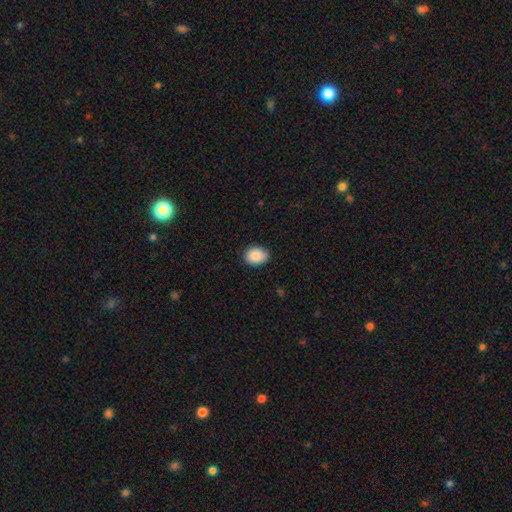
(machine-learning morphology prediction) Smooth or featured? Predicted: smooth (p=0.89). How rounded? Predicted: in between (p=0.58). Merging? Predicted: none (p=0.82).